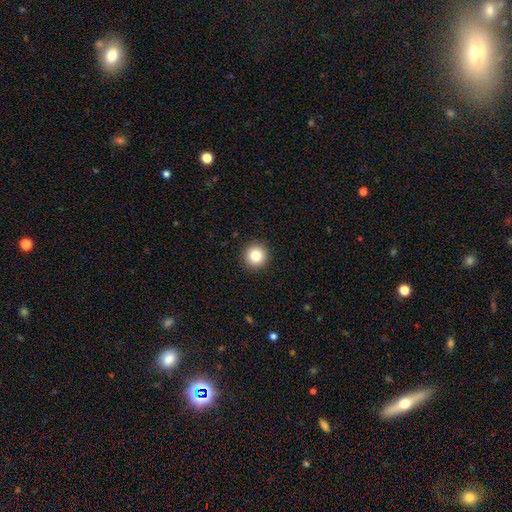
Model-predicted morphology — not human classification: A smooth galaxy with no disk features (83%) that is round (96%).

Vote fractions:
- Smooth or featured? smooth: 83% / star or artifact: 10% / featured or disk: 7%
- How rounded? round: 96% / in between: 3% / cigar-shaped: 1%
- Merging? none: 93% / minor disturbance: 5% / major disturbance: 1% / merger: 1%